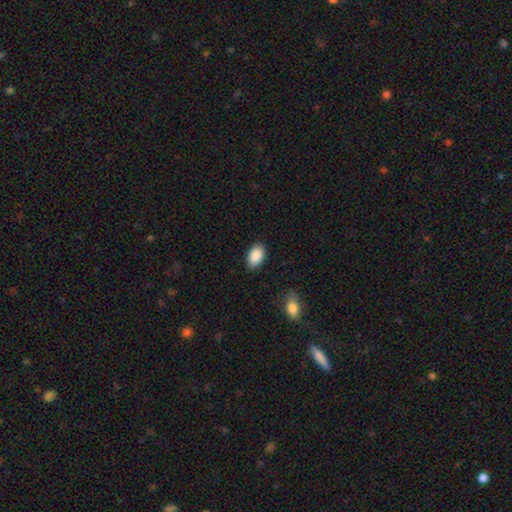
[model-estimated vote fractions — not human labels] Overall: smooth (89%). How rounded: in between (91%). Merging: none (82%).